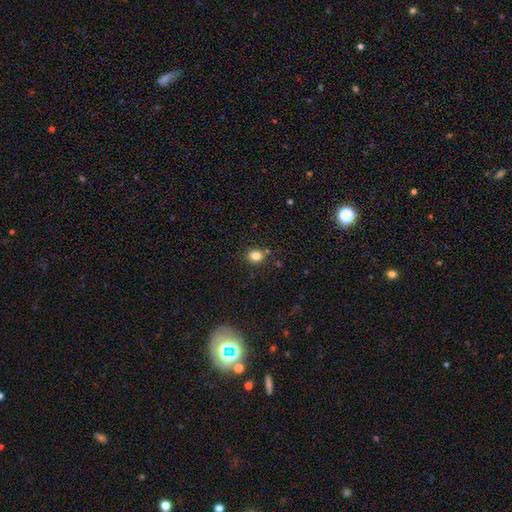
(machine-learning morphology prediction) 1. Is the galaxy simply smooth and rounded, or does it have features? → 83% smooth, 12% star or artifact, 6% featured or disk.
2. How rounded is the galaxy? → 71% round, 28% in between, 1% cigar-shaped.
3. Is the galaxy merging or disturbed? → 82% none, 11% minor disturbance, 5% merger, 3% major disturbance.